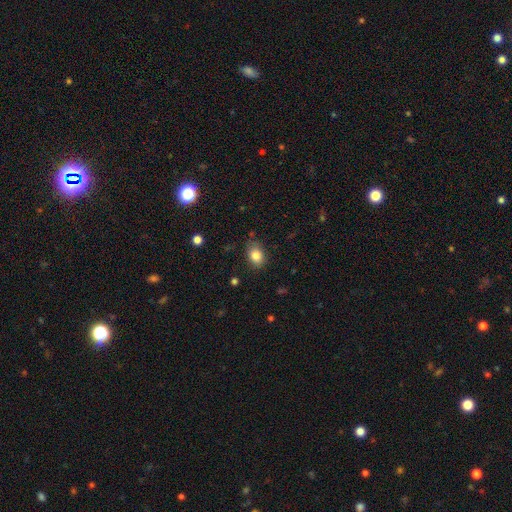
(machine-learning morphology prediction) A smooth galaxy with no disk features (84%) that is in between round and cigar-shaped (72%). Merging: none (77%).